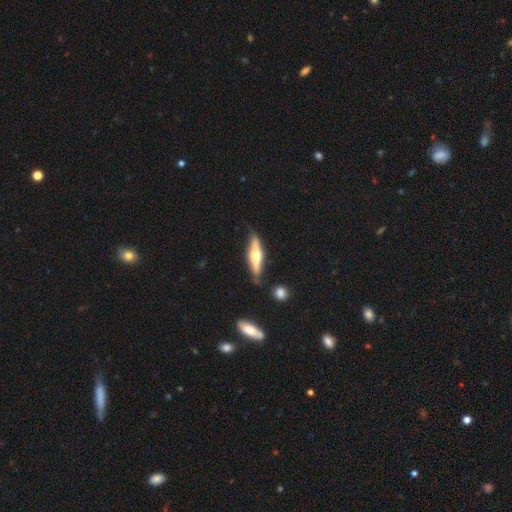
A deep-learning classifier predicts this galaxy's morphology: featured or disk 63%, smooth 31%, star or artifact 6%. Down the decision tree: edge-on disk — yes (95%); edge-on bulge — rounded (89%); merging — none (77%).